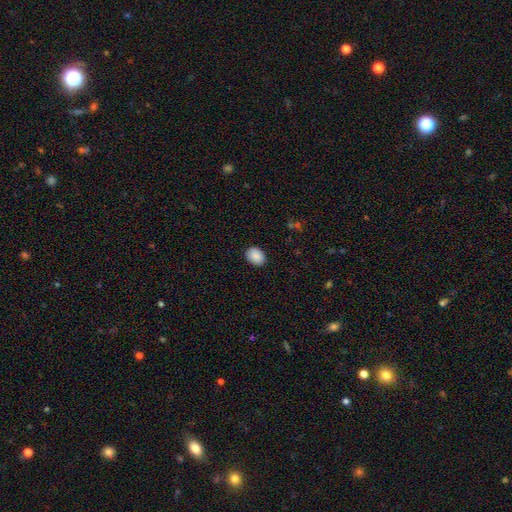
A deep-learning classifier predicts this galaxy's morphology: smooth 89%, star or artifact 7%, featured or disk 4%. Down the decision tree: how rounded — in between (66%); merging — none (88%).